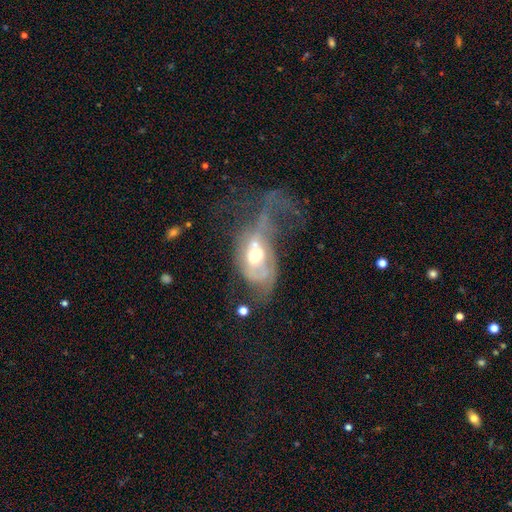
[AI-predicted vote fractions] Morphology: type=featured or disk (62%); edge-on=no (94%); bar=no (73%); spiral arms=no (53%); bulge=moderate (68%); merging=major disturbance (55%).